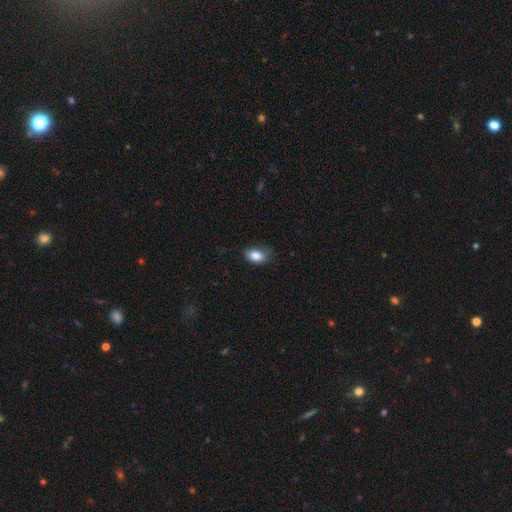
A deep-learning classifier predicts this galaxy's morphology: The model was most divided on "merging": none: 64%, minor disturbance: 28%, major disturbance: 6%, merger: 1%. More confident: smooth or featured — smooth (84%); how rounded — in between (84%).